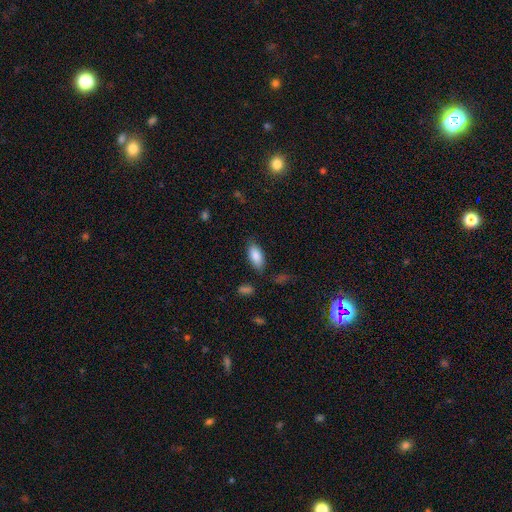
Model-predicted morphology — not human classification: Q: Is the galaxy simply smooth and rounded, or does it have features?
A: smooth — 86%.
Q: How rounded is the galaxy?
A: in between — 90%.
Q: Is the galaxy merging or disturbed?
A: none — 78%.